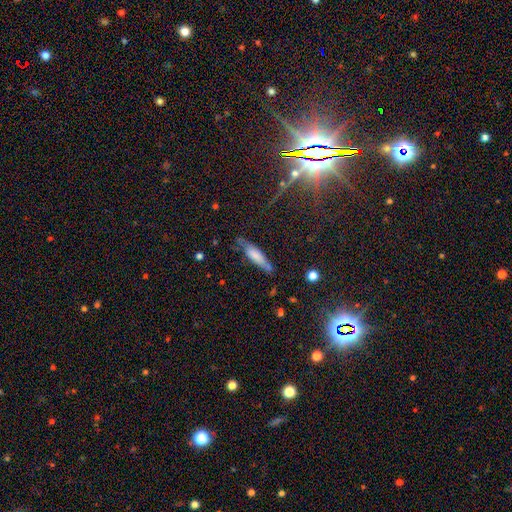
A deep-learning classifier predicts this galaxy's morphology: Smooth or featured? Predicted: smooth (p=0.65). How rounded? Predicted: cigar-shaped (p=0.68). Merging? Predicted: none (p=0.61).